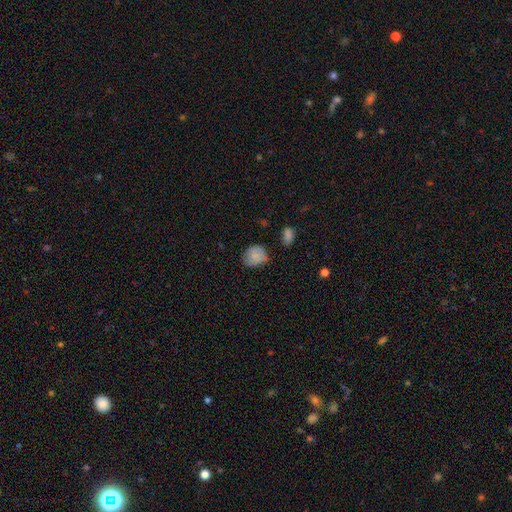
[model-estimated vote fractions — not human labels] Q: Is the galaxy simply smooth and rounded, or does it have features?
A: smooth — 80%.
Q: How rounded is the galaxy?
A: round — 63%.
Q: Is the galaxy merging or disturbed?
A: none — 54%.